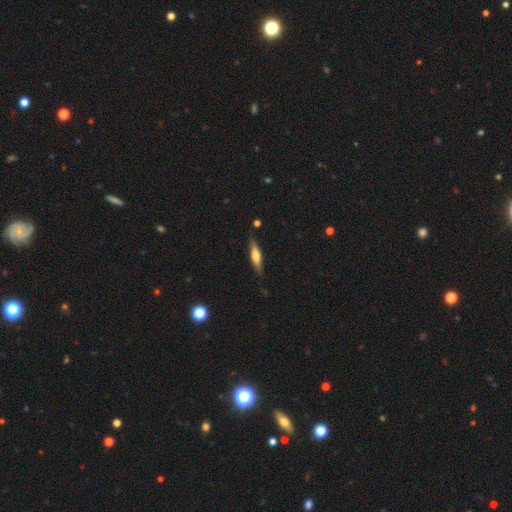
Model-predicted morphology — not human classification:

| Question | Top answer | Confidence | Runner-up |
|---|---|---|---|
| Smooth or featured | smooth | 48% | featured or disk (46%) |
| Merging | none | 83% | minor disturbance (12%) |